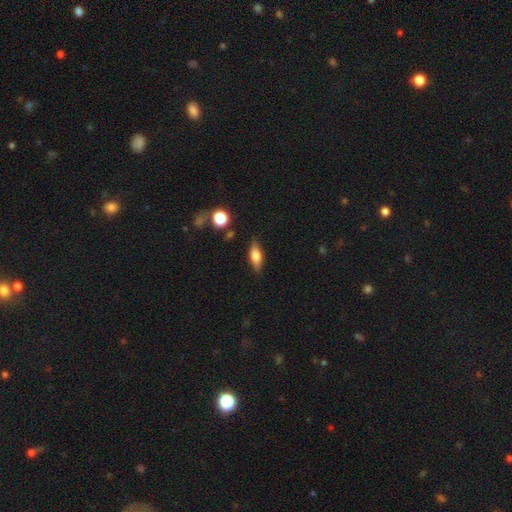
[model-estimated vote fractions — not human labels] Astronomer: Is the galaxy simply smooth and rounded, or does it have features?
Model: smooth — 60%.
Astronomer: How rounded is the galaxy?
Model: in between — 59% (runner-up: cigar-shaped, 36%).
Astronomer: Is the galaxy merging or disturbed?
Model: none — 83%.